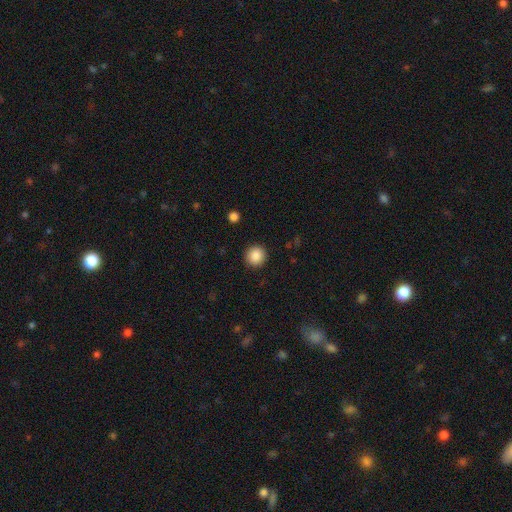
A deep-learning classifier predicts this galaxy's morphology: smooth_or_featured: smooth (p=0.88) [alt: star or artifact p=0.09]
how_rounded: round (p=0.94) [alt: in between p=0.05]
merging: none (p=0.92) [alt: minor disturbance p=0.05]